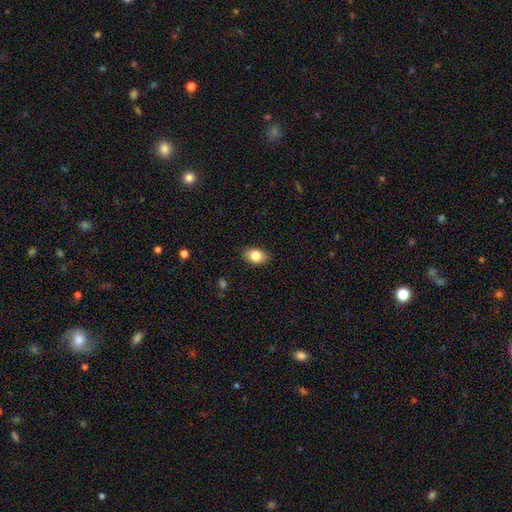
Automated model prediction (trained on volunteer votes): Smooth or featured? smooth (83%)
How rounded? in between (79%)
Merging? none (86%)